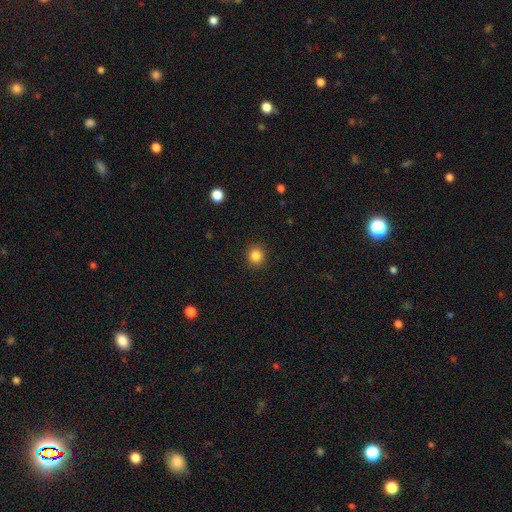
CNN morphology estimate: This appears to be a smooth galaxy with no disk features (85%) that is round (88%). Merging: none (91%).